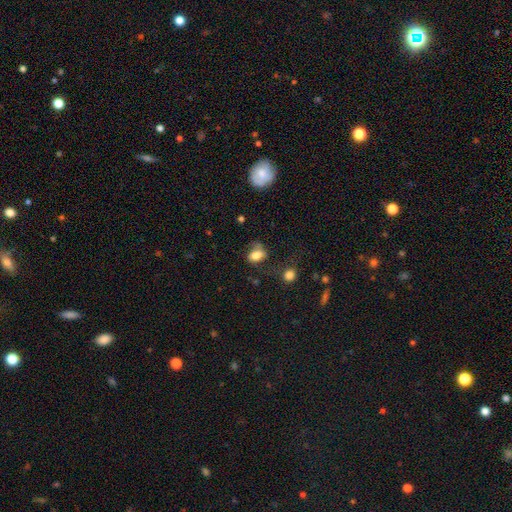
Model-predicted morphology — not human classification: The model was most divided on "merging": none: 44%, minor disturbance: 28%, major disturbance: 23%, merger: 5%. More confident: how rounded — in between (75%); smooth or featured — smooth (72%).